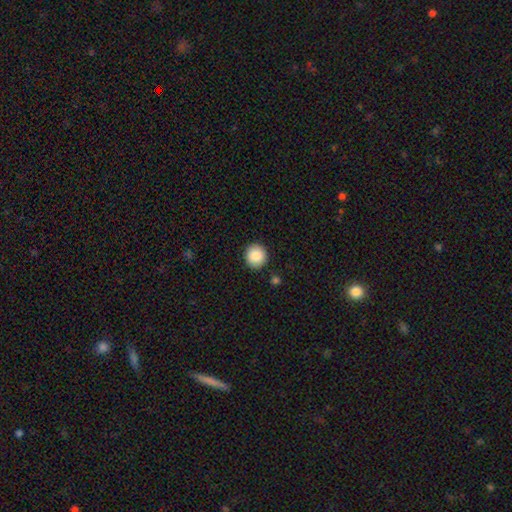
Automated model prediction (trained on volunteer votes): Smooth or featured? Predicted: smooth (p=0.87). How rounded? Predicted: round (p=0.92). Merging? Predicted: none (p=0.90).